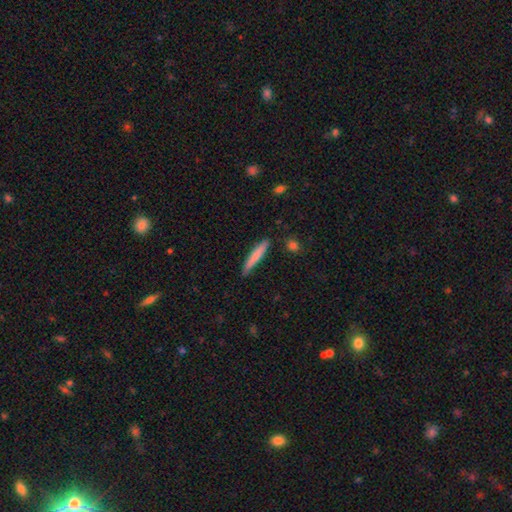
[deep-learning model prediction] Smooth or featured? Predicted: smooth (p=0.72). How rounded? Predicted: cigar-shaped (p=0.93). Merging? Predicted: none (p=0.85).